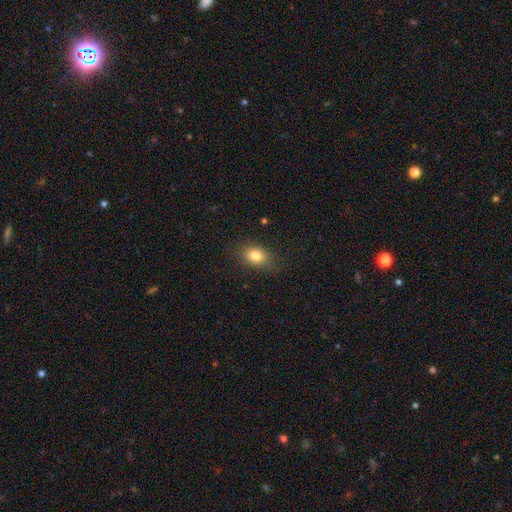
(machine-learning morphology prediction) type=smooth (81%); roundness=in between (72%); merging=none (79%).